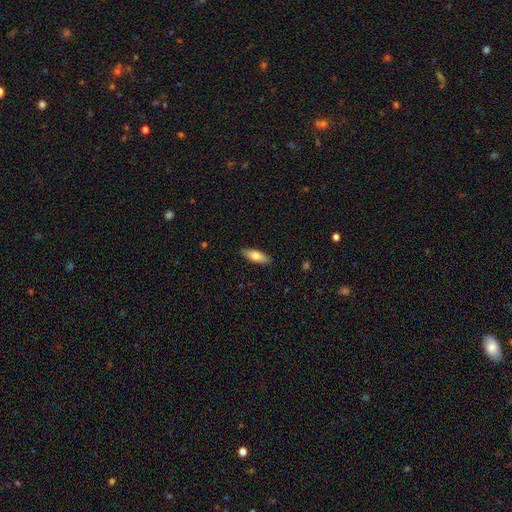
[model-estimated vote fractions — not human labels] Smooth or featured? Predicted: smooth (p=0.72). How rounded? Predicted: in between (p=0.55). Merging? Predicted: none (p=0.87).